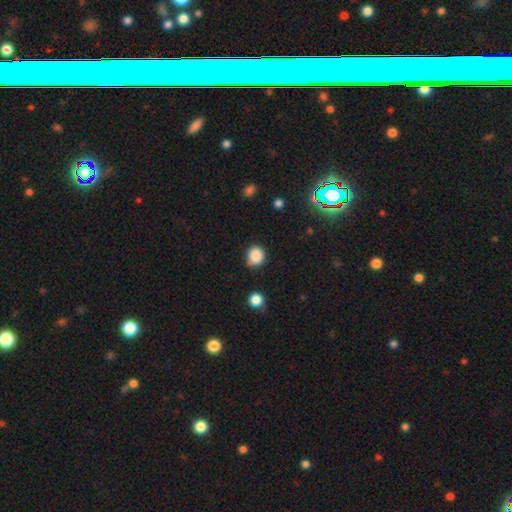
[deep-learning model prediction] Smooth or featured?
  - smooth: 86% *
  - star or artifact: 11%
  - featured or disk: 4%
How rounded?
  - round: 83% *
  - in between: 16%
  - cigar-shaped: 1%
Merging?
  - none: 74% *
  - minor disturbance: 18%
  - merger: 4%
  - major disturbance: 4%